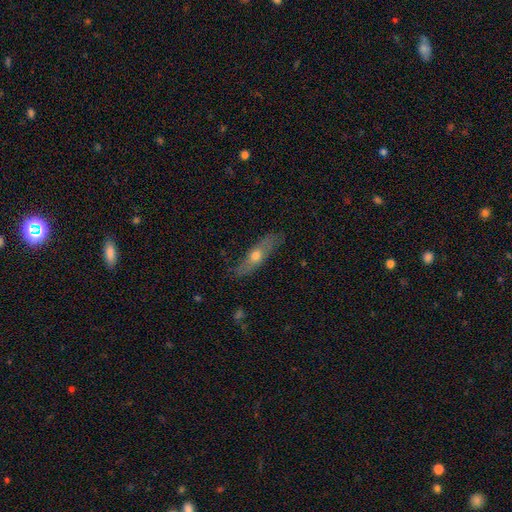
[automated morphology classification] smooth_or_featured: featured or disk (p=0.55) [alt: smooth p=0.37]
disk_edge_on: yes (p=0.68) [alt: no p=0.32]
merging: none (p=0.81) [alt: minor disturbance p=0.15]